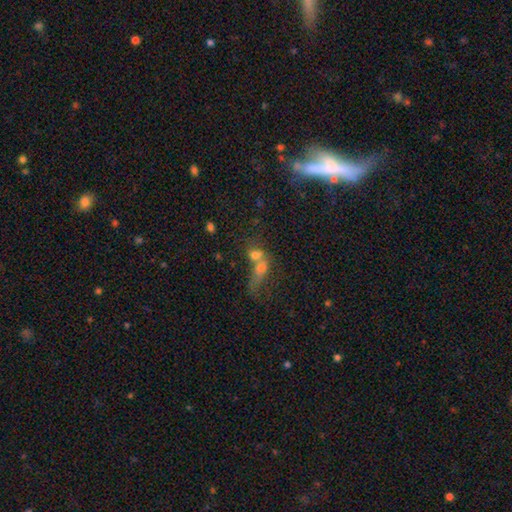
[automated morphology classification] This appears to be a smooth galaxy with no disk features (58%) that is in between round and cigar-shaped (49%). Merging: merger (67%).